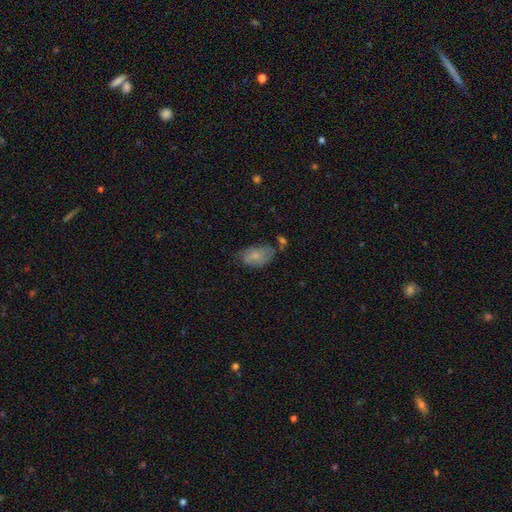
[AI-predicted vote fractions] This appears to be a smooth galaxy with no disk features (68%) that is in between round and cigar-shaped (91%). Merging: none (48%).